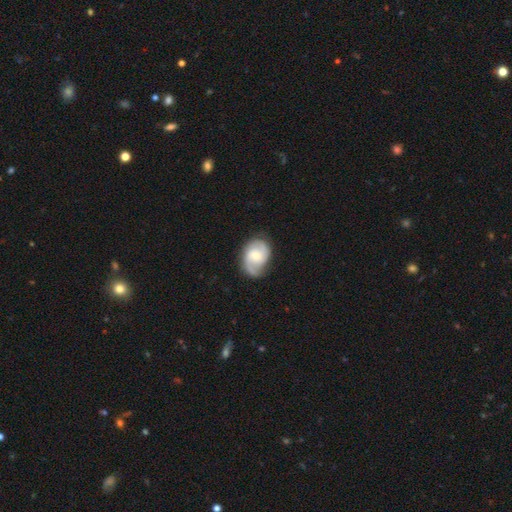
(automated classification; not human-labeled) smooth_or_featured: featured or disk (p=0.73) [alt: smooth p=0.21]
disk_edge_on: no (p=0.97) [alt: yes p=0.03]
bar: no (p=0.53) [alt: weak p=0.40]
has_spiral_arms: yes (p=0.94) [alt: no p=0.06]
spiral_winding: medium (p=0.48) [alt: tight p=0.31]
spiral_arm_count: 2 (p=0.78) [alt: can't tell p=0.09]
bulge_size: moderate (p=0.51) [alt: small p=0.41]
merging: none (p=0.69) [alt: minor disturbance p=0.22]